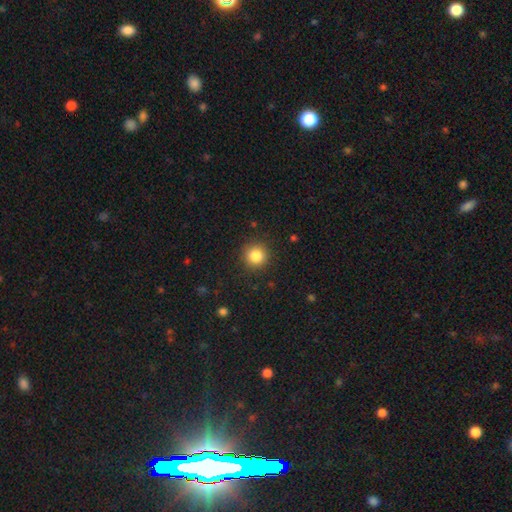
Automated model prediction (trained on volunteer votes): Q: Smooth or featured?
A: smooth (84%); runner-up: star or artifact (11%)
Q: How rounded?
A: round (93%); runner-up: in between (6%)
Q: Merging?
A: none (90%); runner-up: minor disturbance (7%)